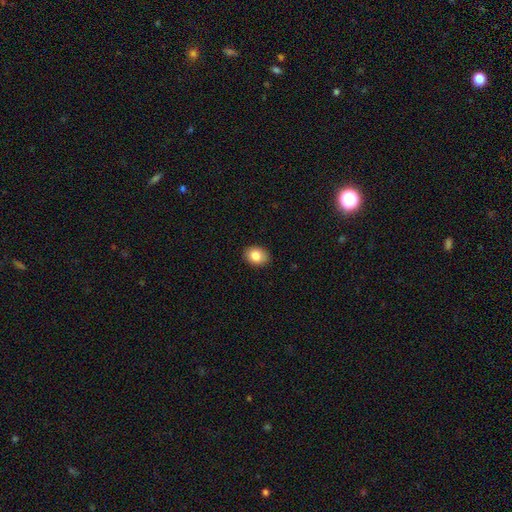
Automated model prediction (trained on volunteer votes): Overall: smooth (84%). How rounded: in between (65%; round 34%). Merging: none (89%).